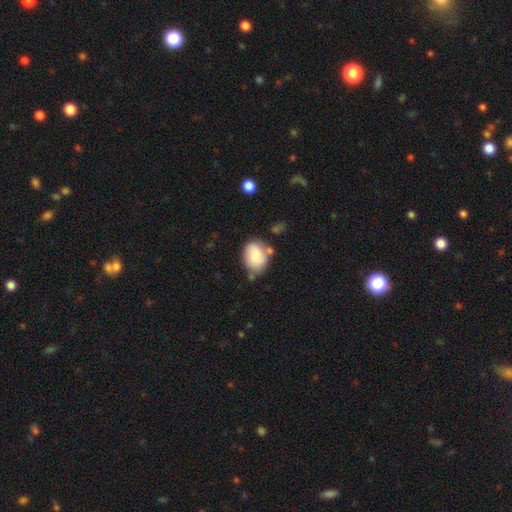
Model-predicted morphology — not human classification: A smooth galaxy with no disk features (80%) that is in between round and cigar-shaped (68%). Merging: none (60%).